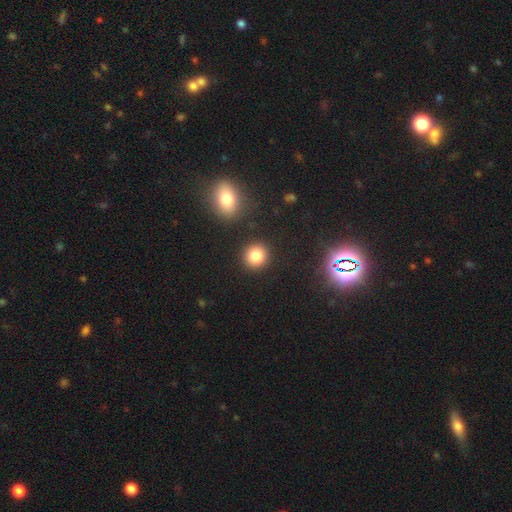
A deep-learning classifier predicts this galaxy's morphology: A smooth galaxy with no disk features (83%) that is round (90%). Merging: none (90%).